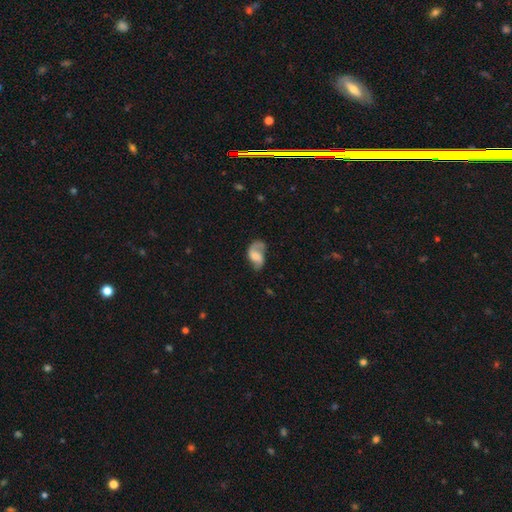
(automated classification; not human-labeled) smooth_or_featured: featured or disk (p=0.62) [alt: smooth p=0.30]
disk_edge_on: no (p=0.97) [alt: yes p=0.03]
bar: no (p=0.45) [alt: weak p=0.42]
has_spiral_arms: yes (p=0.88) [alt: no p=0.12]
spiral_winding: loose (p=0.54) [alt: medium p=0.35]
spiral_arm_count: 2 (p=0.71) [alt: 1 p=0.21]
bulge_size: none (p=0.36) [alt: moderate p=0.23]
merging: none (p=0.47) [alt: minor disturbance p=0.26]